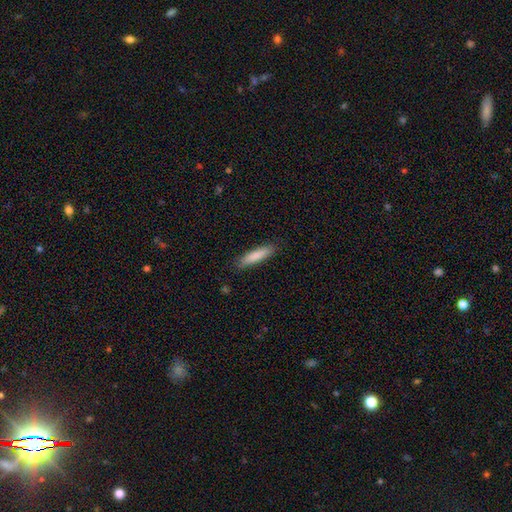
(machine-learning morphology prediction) type=smooth (85%); roundness=cigar-shaped (77%); merging=none (86%).